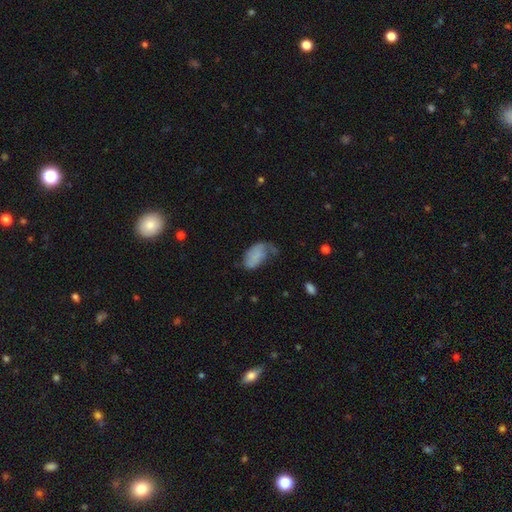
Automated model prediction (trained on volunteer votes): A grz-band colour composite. It shows a smooth galaxy with no disk features (57%) that is in between round and cigar-shaped (92%). Merging: major disturbance (38%).